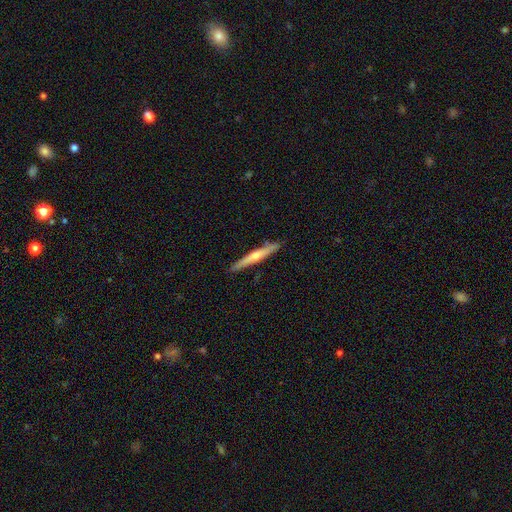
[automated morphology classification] A featured or disk galaxy (63%) viewed edge-on (96%) with a rounded central bulge (79%). Merging: none (91%).